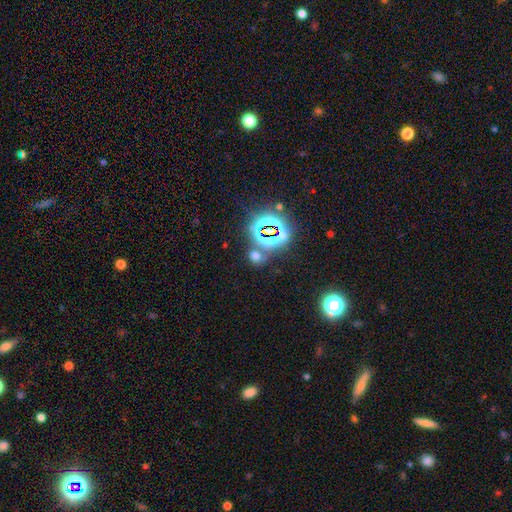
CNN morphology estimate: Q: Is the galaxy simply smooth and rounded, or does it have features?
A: star or artifact — 49%.